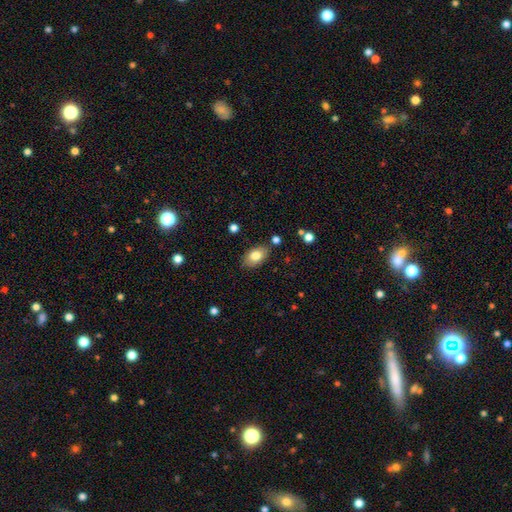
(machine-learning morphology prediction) This appears to be a smooth galaxy with no disk features (80%) that is in between round and cigar-shaped (90%). Merging: none (83%).